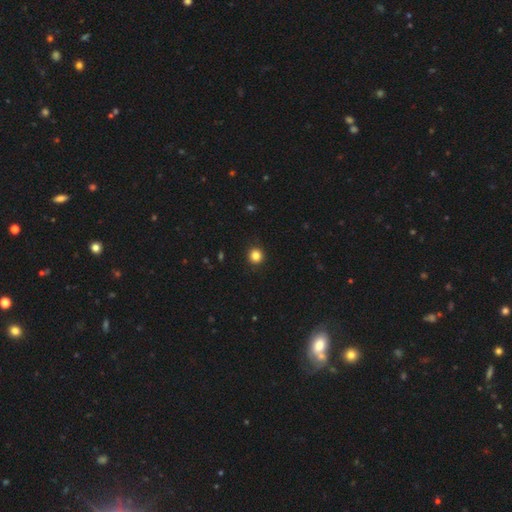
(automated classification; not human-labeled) Smooth or featured? smooth (84%)
How rounded? round (94%)
Merging? none (92%)